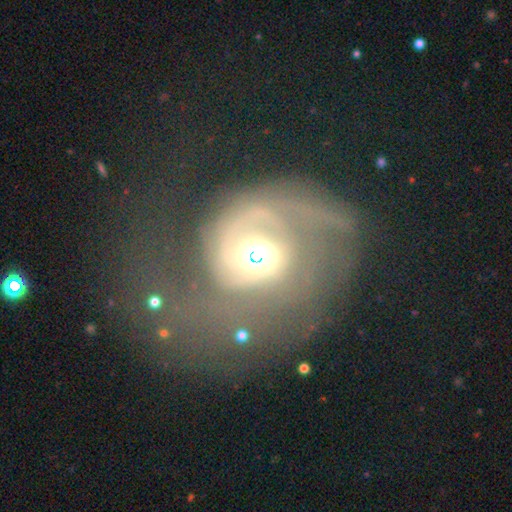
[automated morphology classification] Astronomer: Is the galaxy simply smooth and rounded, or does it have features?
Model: featured or disk — 83%.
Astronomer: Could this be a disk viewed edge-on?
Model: no — 98%.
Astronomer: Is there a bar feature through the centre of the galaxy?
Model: no — 59%.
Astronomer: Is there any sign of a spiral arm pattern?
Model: yes — 90%.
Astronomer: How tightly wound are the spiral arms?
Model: tight — 44% (runner-up: medium, 37%).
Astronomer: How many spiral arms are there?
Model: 1 — 45% (runner-up: 2, 28%).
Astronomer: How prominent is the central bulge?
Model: moderate — 59%.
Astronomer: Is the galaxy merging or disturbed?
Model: major disturbance — 48% (runner-up: none, 32%).